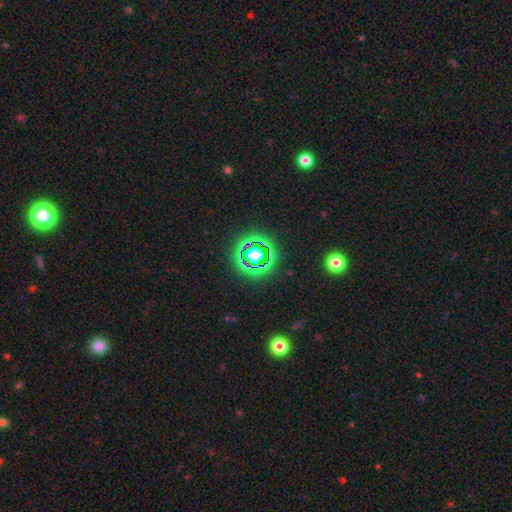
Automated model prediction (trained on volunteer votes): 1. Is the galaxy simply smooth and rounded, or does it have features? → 75% star or artifact, 16% smooth, 9% featured or disk.